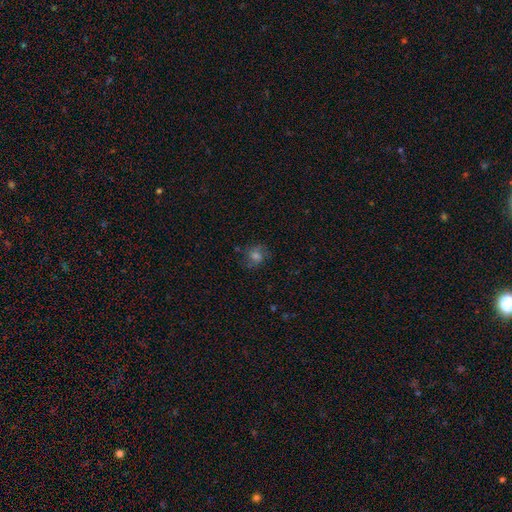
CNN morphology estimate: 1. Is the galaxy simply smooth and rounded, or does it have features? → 43% smooth, 36% featured or disk, 21% star or artifact.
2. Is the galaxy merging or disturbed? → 73% none, 17% minor disturbance, 8% major disturbance, 2% merger.